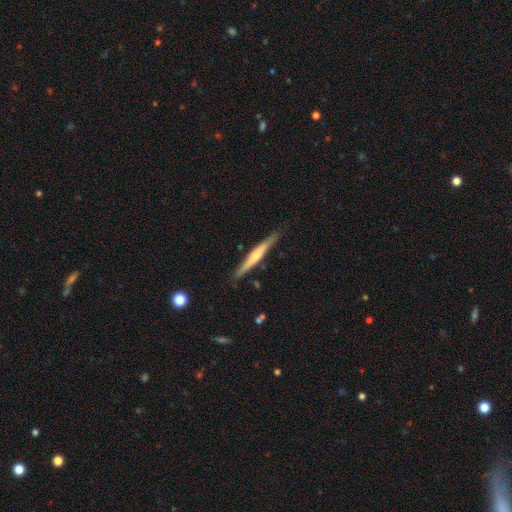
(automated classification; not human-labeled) A featured or disk galaxy (59%) viewed edge-on (97%) with a rounded central bulge (64%). Merging: none (87%).